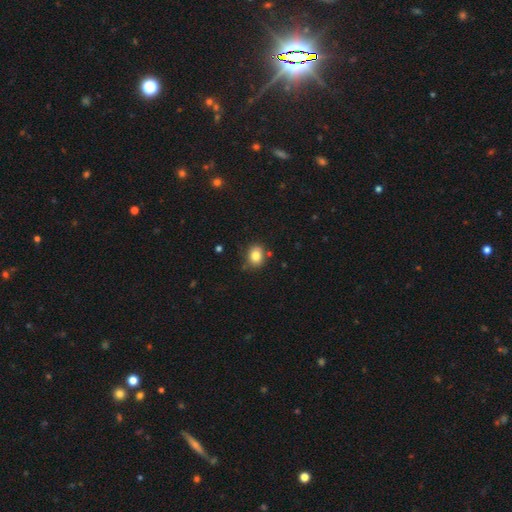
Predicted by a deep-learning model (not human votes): smooth 83%, star or artifact 10%, featured or disk 8%. Down the decision tree: how rounded — in between (50%); merging — none (77%).